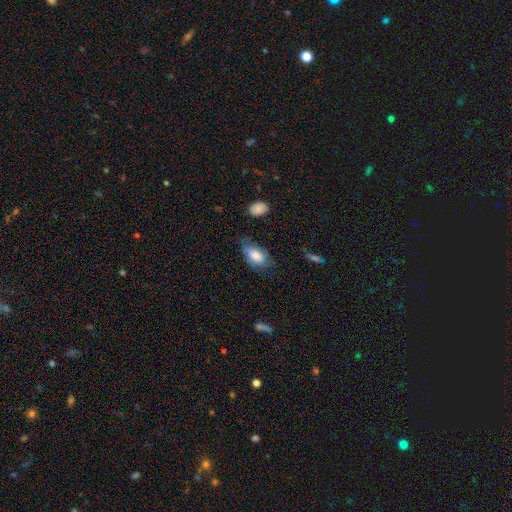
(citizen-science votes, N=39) Smooth or featured?
  - smooth: 72% *
  - featured or disk: 23%
  - star or artifact: 5%
How rounded?
  - in between: 100% *
  - round: 0%
  - cigar-shaped: 0%
Merging?
  - minor disturbance: 49% *
  - none: 35%
  - major disturbance: 16%
  - merger: 0%